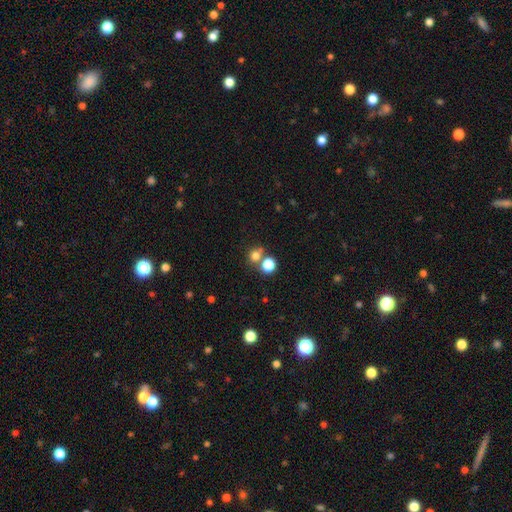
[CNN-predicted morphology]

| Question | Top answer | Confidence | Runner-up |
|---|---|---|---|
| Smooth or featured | smooth | 75% | star or artifact (17%) |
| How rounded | round | 83% | in between (16%) |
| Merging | none | 58% | merger (31%) |